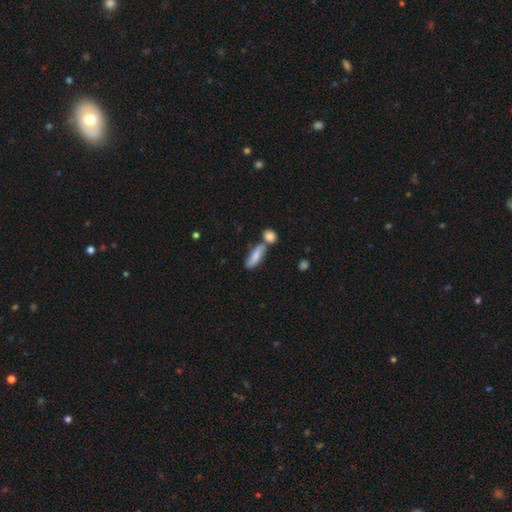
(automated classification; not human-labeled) smooth 69%, featured or disk 24%, star or artifact 7%. Down the decision tree: how rounded — in between (52%); merging — none (55%).